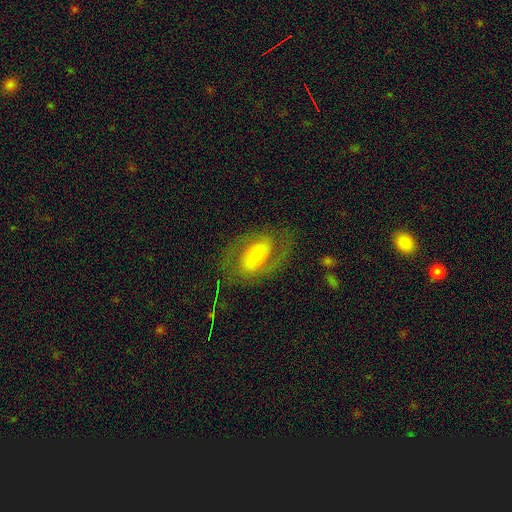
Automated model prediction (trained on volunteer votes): A featured or disk galaxy (76%) with a weak bar (37%), 2 (86%) medium (51%) spiral arms (88%) and a moderate central bulge (49%). Merging: none (76%).